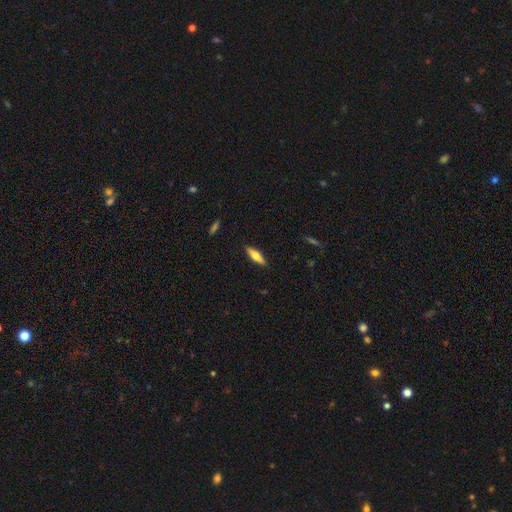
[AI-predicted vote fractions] This is possibly a smooth galaxy (53%). How rounded: possibly cigar-shaped (60%). Merging: clearly none (89%).